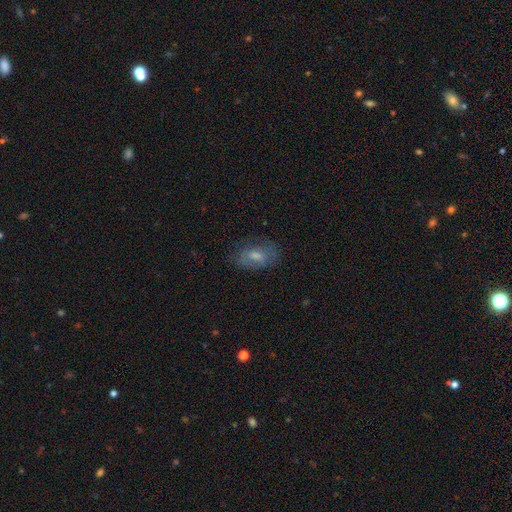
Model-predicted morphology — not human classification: This is possibly a smooth galaxy (50%). Merging: likely none (73%).